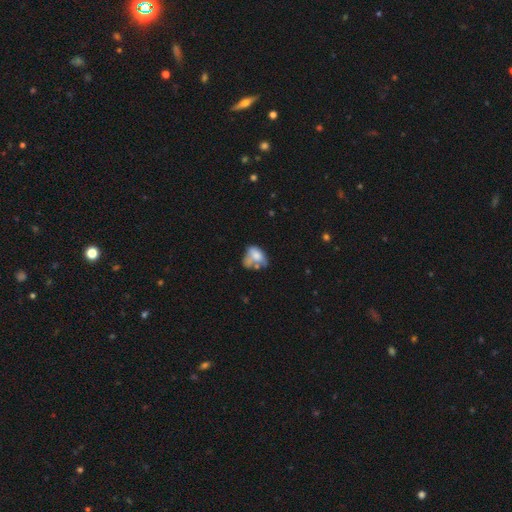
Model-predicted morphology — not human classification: smooth_or_featured: smooth (p=0.63) [alt: featured or disk p=0.27]
how_rounded: in between (p=0.80) [alt: round p=0.18]
merging: merger (p=0.32) [alt: none p=0.24]